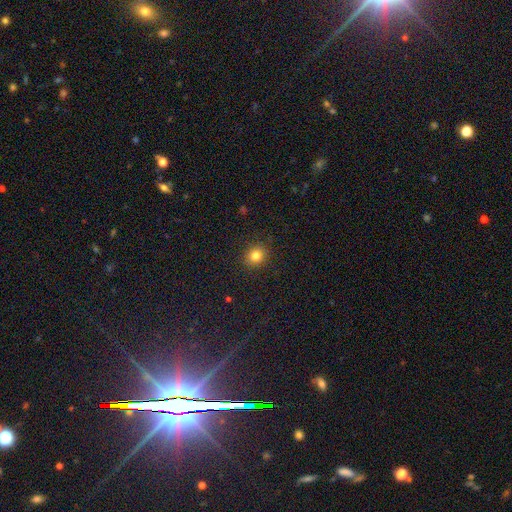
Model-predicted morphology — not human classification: Smooth or featured? Predicted: smooth (p=0.81). How rounded? Predicted: round (p=0.78). Merging? Predicted: none (p=0.90).